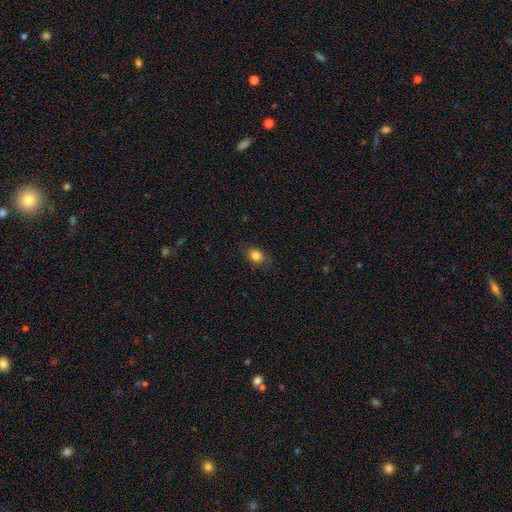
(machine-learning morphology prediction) Overall: smooth (83%). How rounded: in between (55%; round 43%). Merging: none (80%).